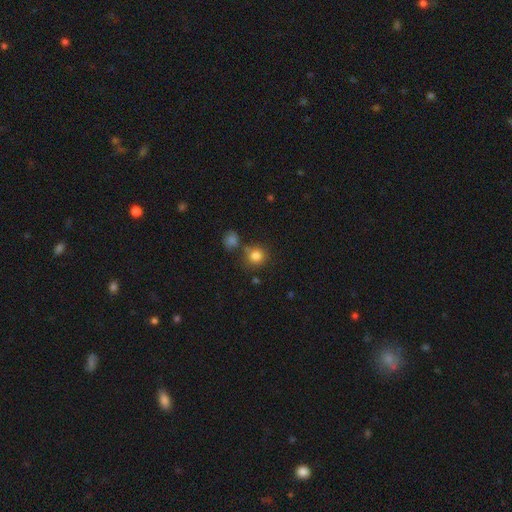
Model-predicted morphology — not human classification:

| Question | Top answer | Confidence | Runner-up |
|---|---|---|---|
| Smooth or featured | smooth | 82% | star or artifact (12%) |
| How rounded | round | 89% | in between (10%) |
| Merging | none | 73% | merger (14%) |